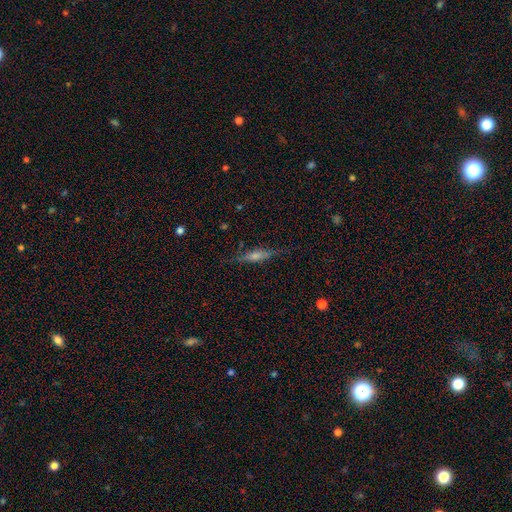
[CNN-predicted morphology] featured or disk 55%, smooth 35%, star or artifact 10%. Down the decision tree: edge-on disk — yes (91%); merging — none (79%).